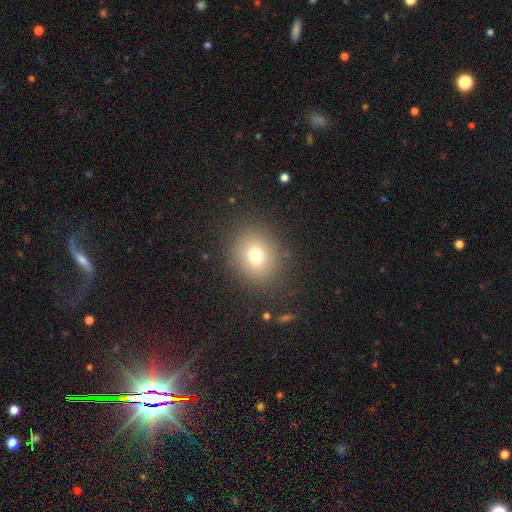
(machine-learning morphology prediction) type=smooth (73%); roundness=round (76%); merging=none (87%).